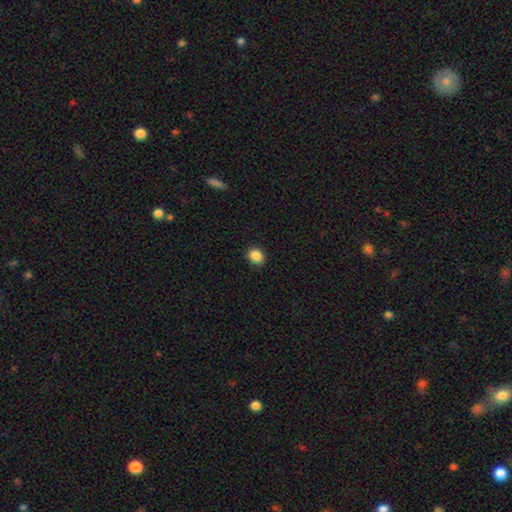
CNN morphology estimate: Smooth or featured?
  - smooth: 88% *
  - star or artifact: 9%
  - featured or disk: 3%
How rounded?
  - round: 63% *
  - in between: 36%
  - cigar-shaped: 1%
Merging?
  - none: 90% *
  - minor disturbance: 7%
  - major disturbance: 2%
  - merger: 1%